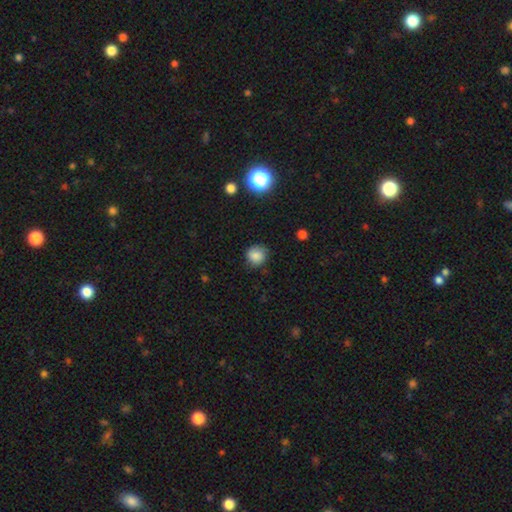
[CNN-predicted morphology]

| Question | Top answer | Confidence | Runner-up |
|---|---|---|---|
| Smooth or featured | smooth | 79% | star or artifact (12%) |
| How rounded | round | 87% | in between (12%) |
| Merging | none | 77% | minor disturbance (17%) |